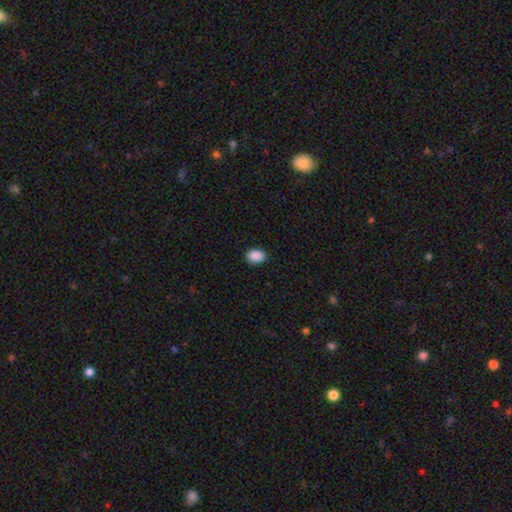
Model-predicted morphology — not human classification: The model was most divided on "how rounded": in between: 77%, round: 22%, cigar-shaped: 1%. More confident: smooth or featured — smooth (90%); merging — none (89%).